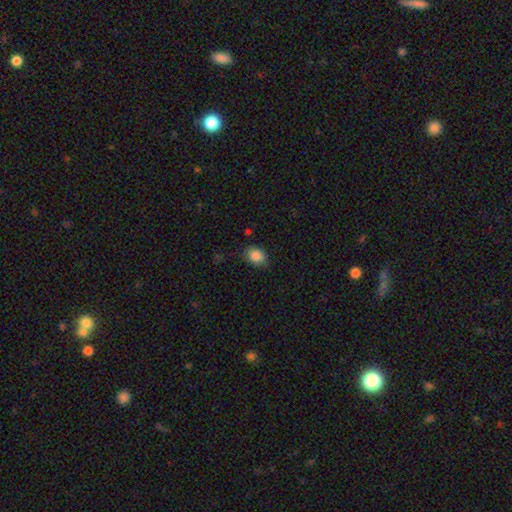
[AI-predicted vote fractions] Morphology: type=smooth (87%); roundness=in between (62%); merging=none (75%).